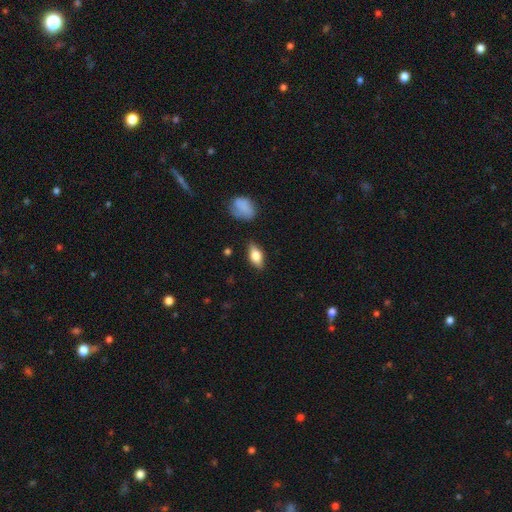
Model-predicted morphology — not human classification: Smooth or featured: smooth — 63% (featured or disk — 29%)
How rounded: in between — 81% (cigar-shaped — 14%)
Merging: none — 84% (minor disturbance — 11%)